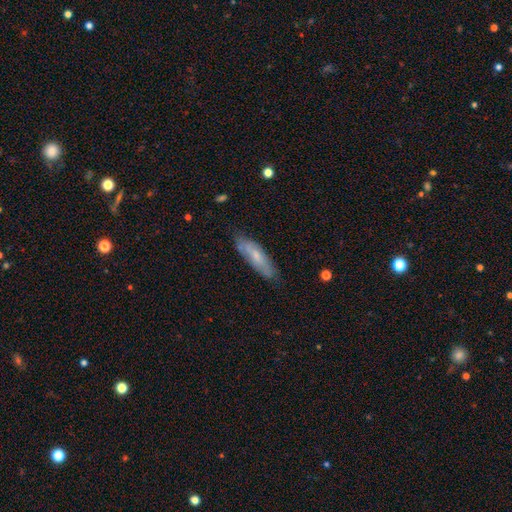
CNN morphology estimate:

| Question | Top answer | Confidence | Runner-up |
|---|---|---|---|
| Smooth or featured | smooth | 54% | featured or disk (39%) |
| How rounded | cigar-shaped | 59% | in between (39%) |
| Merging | none | 76% | minor disturbance (19%) |